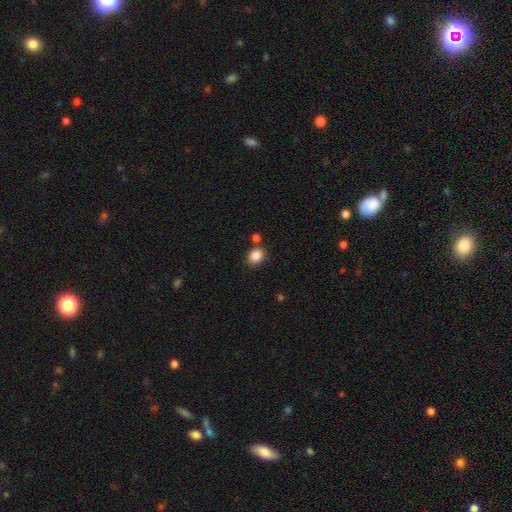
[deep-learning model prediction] Morphology: type=smooth (86%); roundness=round (57%); merging=none (75%).